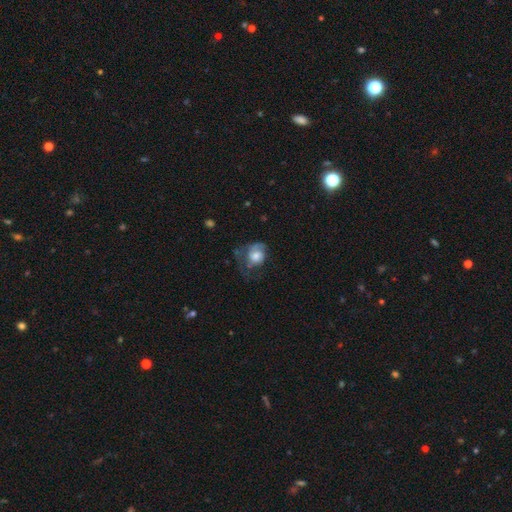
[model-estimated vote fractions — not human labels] Smooth or featured? smooth (49%)
Merging? major disturbance (42%)